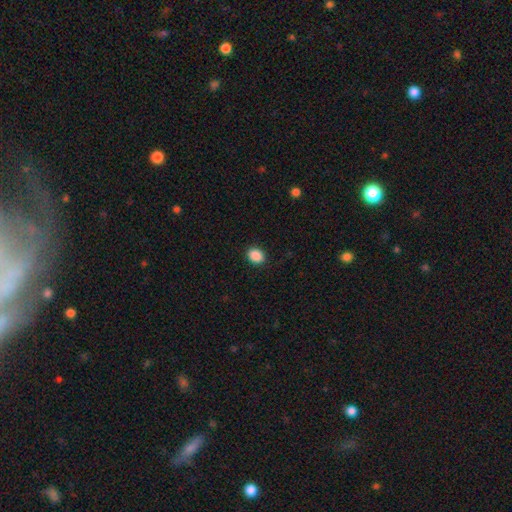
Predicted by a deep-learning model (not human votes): Q: Smooth or featured?
A: smooth (89%); runner-up: star or artifact (8%)
Q: How rounded?
A: in between (59%); runner-up: round (40%)
Q: Merging?
A: none (90%); runner-up: minor disturbance (7%)